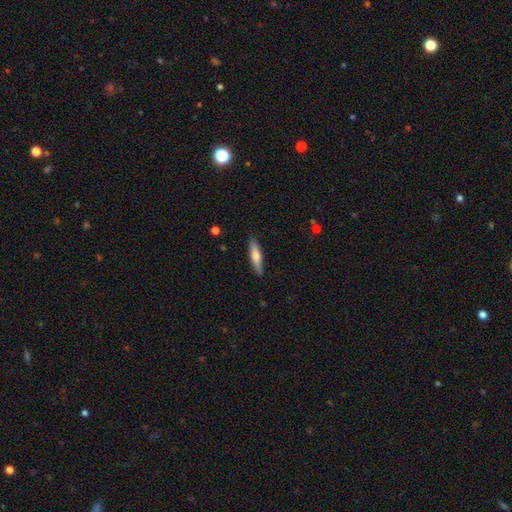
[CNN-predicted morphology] Q: Smooth or featured?
A: smooth (63%); runner-up: featured or disk (31%)
Q: How rounded?
A: cigar-shaped (78%); runner-up: in between (20%)
Q: Merging?
A: none (88%); runner-up: minor disturbance (9%)